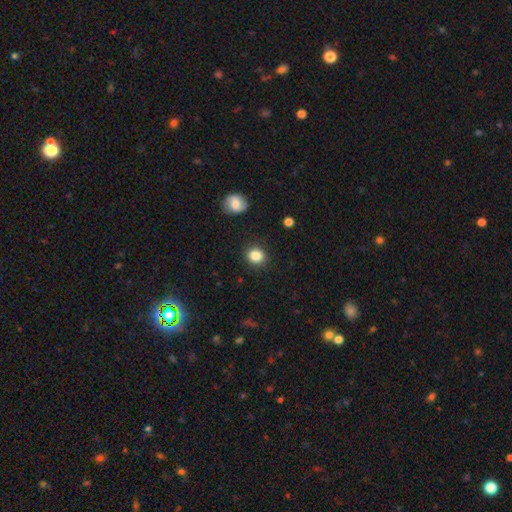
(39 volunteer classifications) Q: Smooth or featured?
A: smooth (90%); runner-up: star or artifact (8%)
Q: How rounded?
A: round (83%); runner-up: in between (17%)
Q: Merging?
A: none (89%); runner-up: minor disturbance (8%)